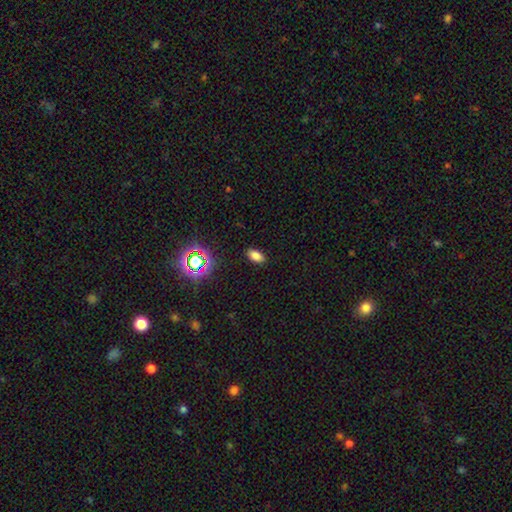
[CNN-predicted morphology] Smooth or featured? smooth (77%)
How rounded? in between (90%)
Merging? none (88%)